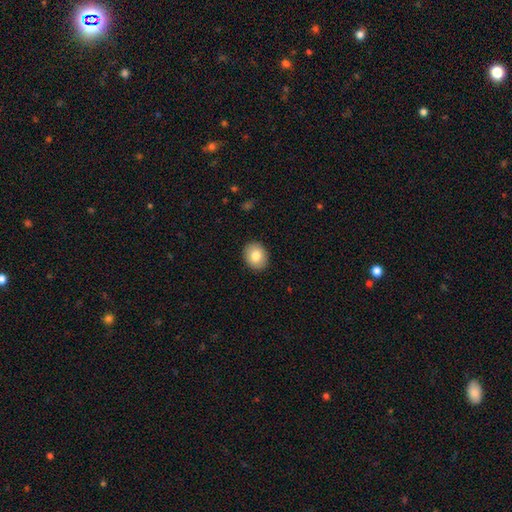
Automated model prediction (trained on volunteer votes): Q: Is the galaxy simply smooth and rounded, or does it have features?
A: smooth — 81%.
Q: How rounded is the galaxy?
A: round — 51%.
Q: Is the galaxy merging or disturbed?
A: none — 91%.